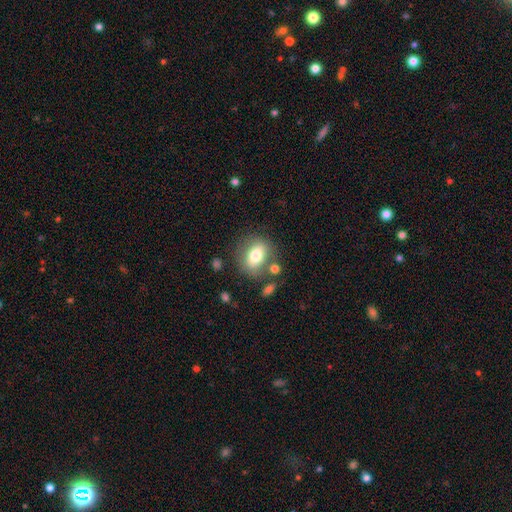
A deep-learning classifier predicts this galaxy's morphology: A smooth galaxy with no disk features (69%) that is in between round and cigar-shaped (56%). Merging: none (70%).